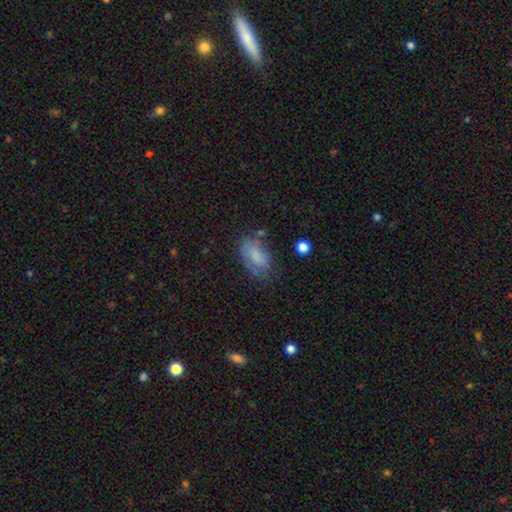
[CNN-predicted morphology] This is likely a smooth galaxy (71%). How rounded: clearly in between (91%). Merging: possibly none (54%).